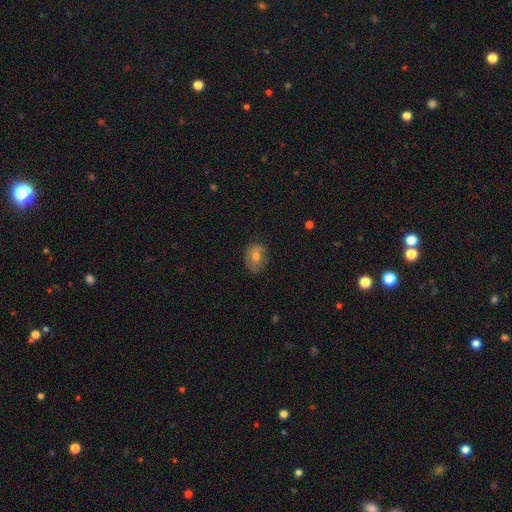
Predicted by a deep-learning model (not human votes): This is possibly a smooth galaxy (59%). How rounded: possibly in between (56%). Merging: likely none (76%).